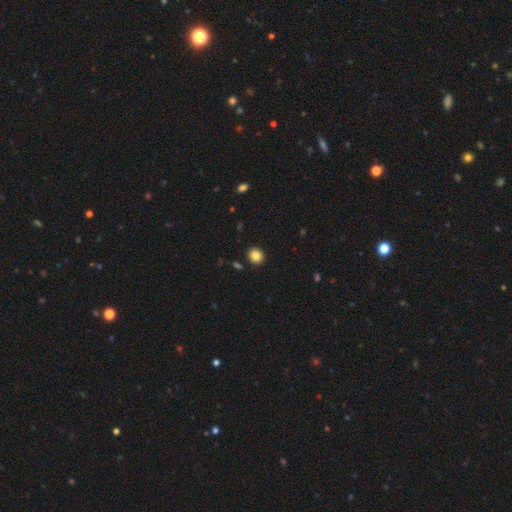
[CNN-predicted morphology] smooth 84%, star or artifact 10%, featured or disk 6%. Down the decision tree: how rounded — round (84%); merging — none (91%).